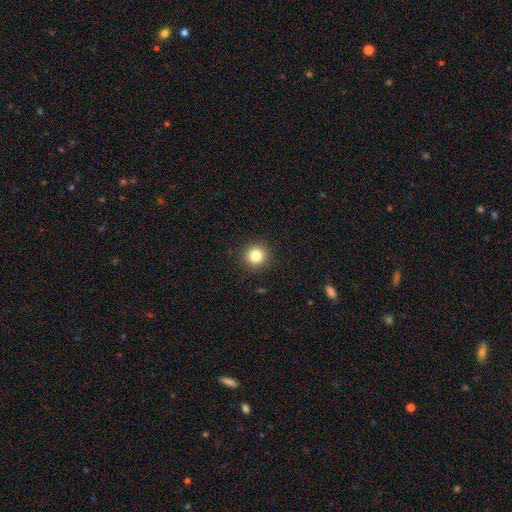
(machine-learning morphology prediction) type=smooth (82%); roundness=round (94%); merging=none (92%).